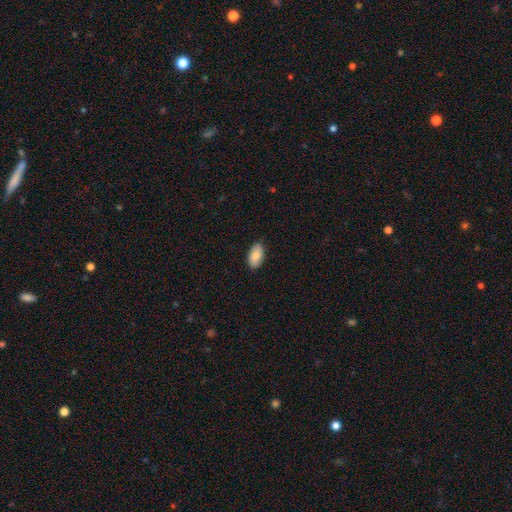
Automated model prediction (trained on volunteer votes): The model was most divided on "smooth or featured": smooth: 85%, featured or disk: 9%, star or artifact: 6%. More confident: how rounded — in between (95%); merging — none (88%).